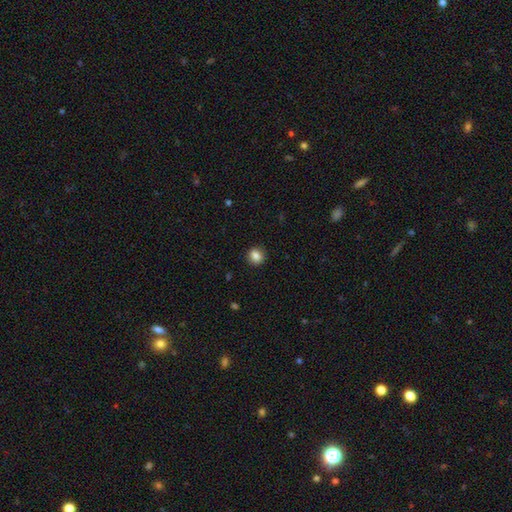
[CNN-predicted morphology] Smooth or featured: smooth — 85% (star or artifact — 10%)
How rounded: round — 83% (in between — 16%)
Merging: none — 91% (minor disturbance — 6%)